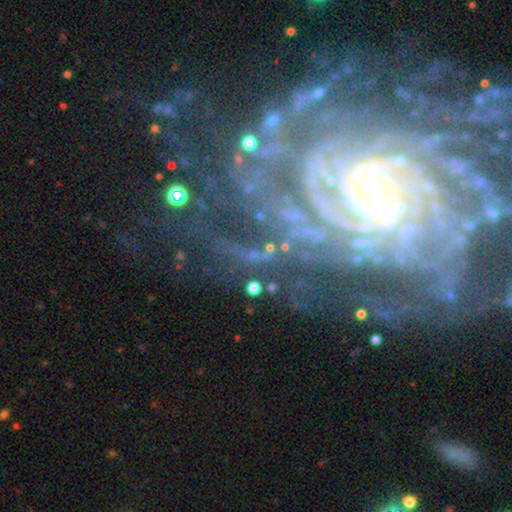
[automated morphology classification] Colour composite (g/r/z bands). It shows a featured or disk galaxy (76%) with a strong bar (34%, tied with no), tight (65%) spiral arms (95%) and a small central bulge (56%). Merging: none (62%).